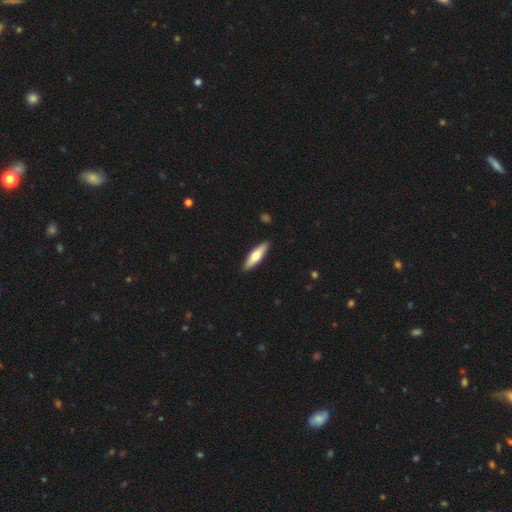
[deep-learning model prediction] A smooth galaxy with no disk features (57%) that is cigar-shaped (66%). Merging: none (90%).